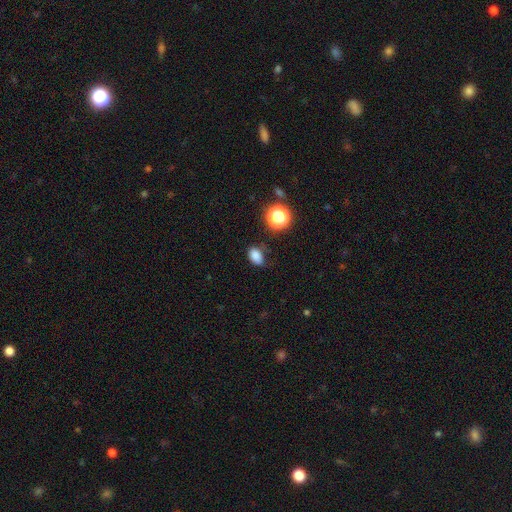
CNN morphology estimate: A smooth galaxy with no disk features (82%) that is in between round and cigar-shaped (80%).

Vote fractions:
- Smooth or featured? smooth: 82% / star or artifact: 14% / featured or disk: 5%
- How rounded? in between: 80% / round: 19% / cigar-shaped: 1%
- Merging? none: 72% / minor disturbance: 21% / major disturbance: 5% / merger: 3%